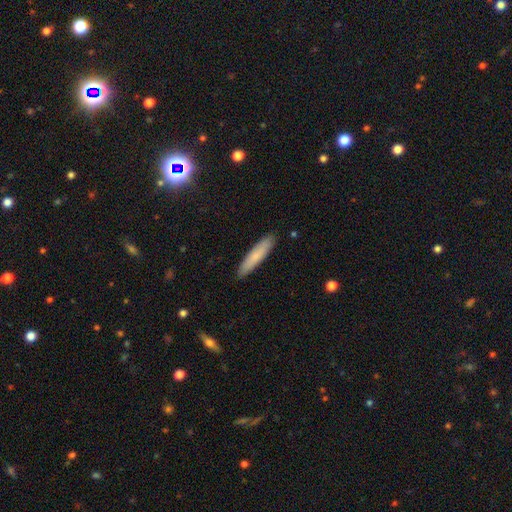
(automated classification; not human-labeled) smooth_or_featured: smooth (p=0.77) [alt: featured or disk p=0.17]
how_rounded: cigar-shaped (p=0.87) [alt: in between p=0.12]
merging: none (p=0.90) [alt: minor disturbance p=0.07]